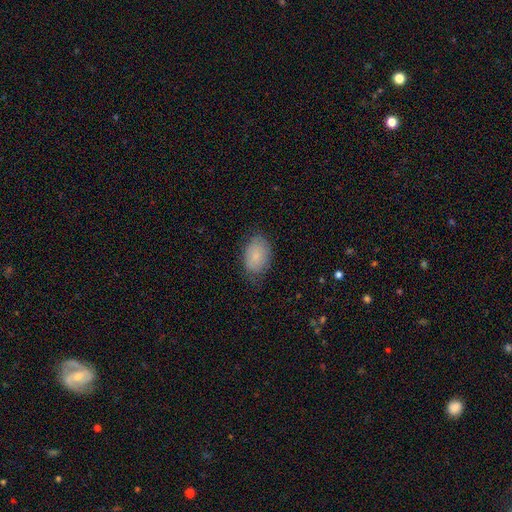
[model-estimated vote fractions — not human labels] Morphology: type=smooth (81%); roundness=in between (88%); merging=none (68%).